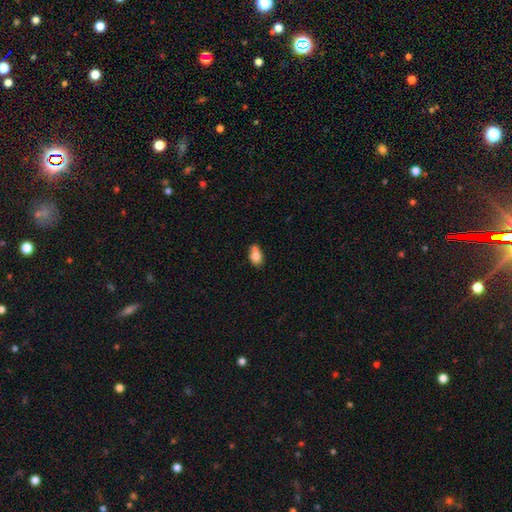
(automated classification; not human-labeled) Smooth or featured? Predicted: smooth (p=0.79). How rounded? Predicted: in between (p=0.78). Merging? Predicted: none (p=0.46).